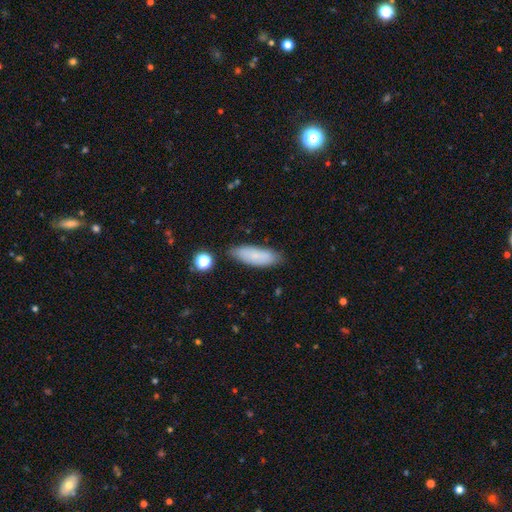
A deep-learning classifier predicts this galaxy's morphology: Q: Smooth or featured?
A: smooth (81%); runner-up: featured or disk (11%)
Q: How rounded?
A: in between (60%); runner-up: cigar-shaped (38%)
Q: Merging?
A: none (81%); runner-up: minor disturbance (14%)